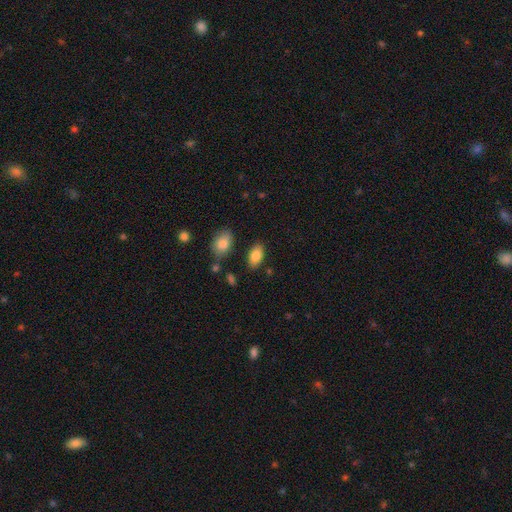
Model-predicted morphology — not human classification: A smooth galaxy with no disk features (86%) that is in between round and cigar-shaped (93%). Merging: none (83%).